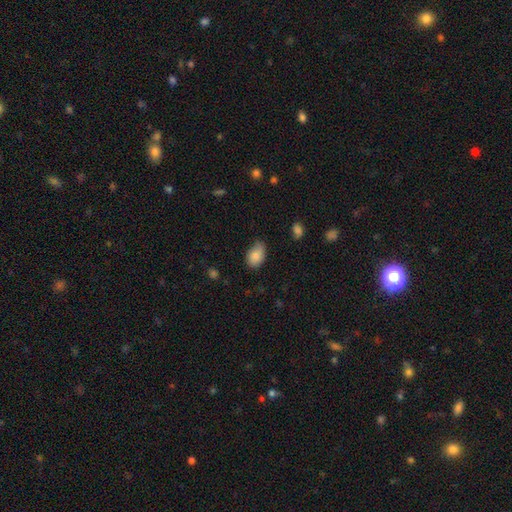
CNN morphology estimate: Q: Smooth or featured?
A: smooth (85%); runner-up: featured or disk (8%)
Q: How rounded?
A: in between (88%); runner-up: round (11%)
Q: Merging?
A: none (60%); runner-up: minor disturbance (32%)